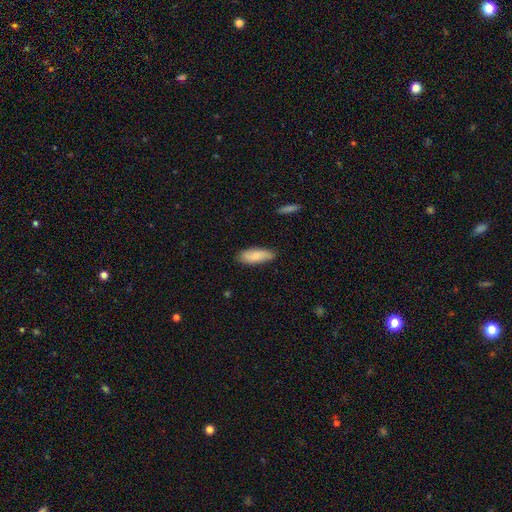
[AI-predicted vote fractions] smooth-or-featured: smooth: 79% | featured or disk: 15% | star or artifact: 6%
  how-rounded: in between: 71% | cigar-shaped: 27% | round: 2%
  merging: none: 80% | minor disturbance: 16% | major disturbance: 2% | merger: 1%